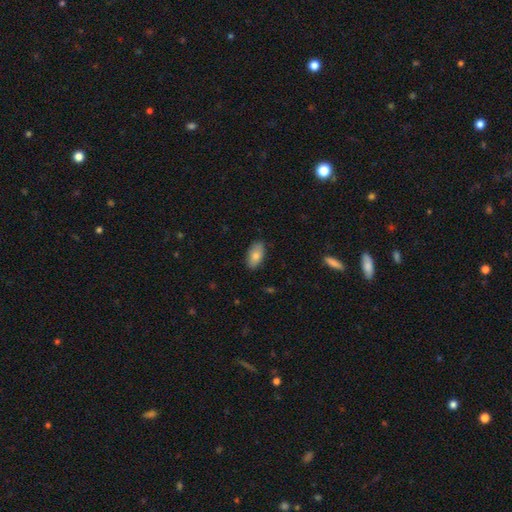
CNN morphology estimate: A smooth galaxy with no disk features (81%) that is in between round and cigar-shaped (93%).

Vote fractions:
- Smooth or featured? smooth: 81% / featured or disk: 12% / star or artifact: 7%
- How rounded? in between: 93% / round: 4% / cigar-shaped: 3%
- Merging? none: 86% / minor disturbance: 11% / major disturbance: 2% / merger: 1%